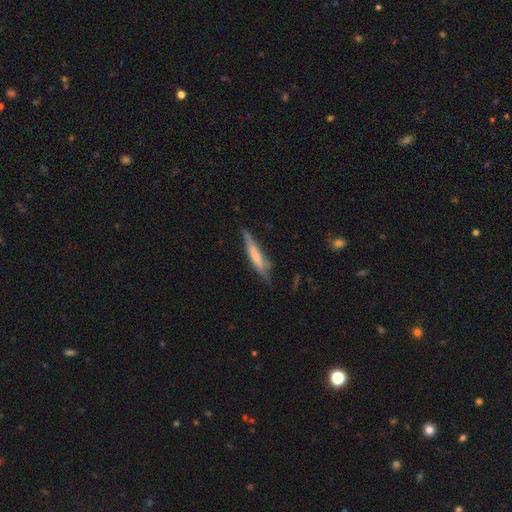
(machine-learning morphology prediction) This is possibly a smooth galaxy (59%). How rounded: clearly cigar-shaped (90%). Merging: likely none (63%).